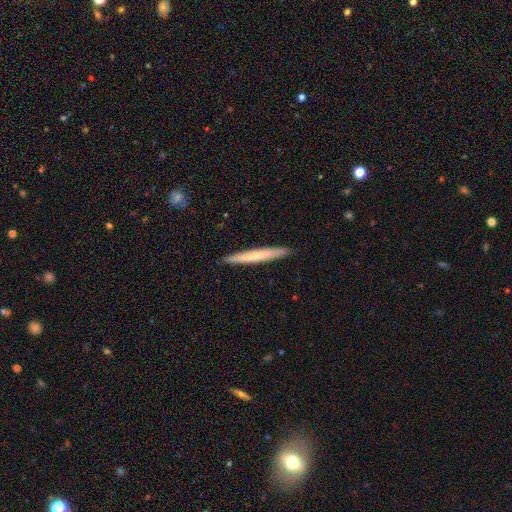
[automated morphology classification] A smooth galaxy with no disk features (63%) that is cigar-shaped (97%). Merging: none (92%).